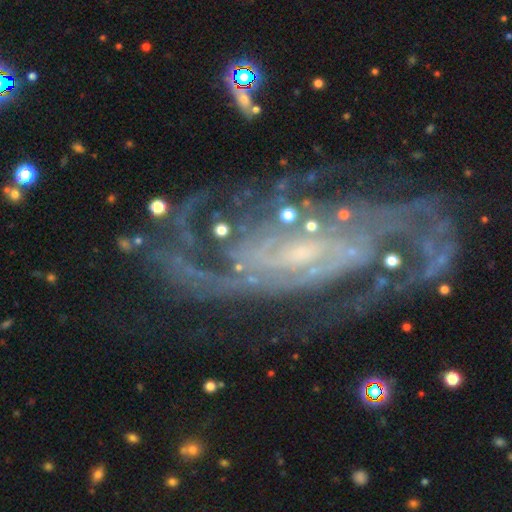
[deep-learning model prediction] A featured or disk galaxy (90%) with a weak bar (44%), 2 (55%) medium (48%) spiral arms (98%) and a small central bulge (56%).

Vote fractions:
- Smooth or featured? featured or disk: 90% / star or artifact: 6% / smooth: 4%
- Edge-on disk? no: 96% / yes: 4%
- Bar? weak: 44% / no: 32% / strong: 24%
- Spiral arms? yes: 98% / no: 2%
- Spiral winding? medium: 48% / tight: 39% / loose: 14%
- Spiral arm count? 2: 55% / can't tell: 14% / 3: 12% / 4: 7% / more than 4: 6% / 1: 6%
- Bulge size? small: 56% / none: 20% / moderate: 20% / large: 3% / dominant: 1%
- Merging? none: 67% / minor disturbance: 17% / major disturbance: 13% / merger: 3%